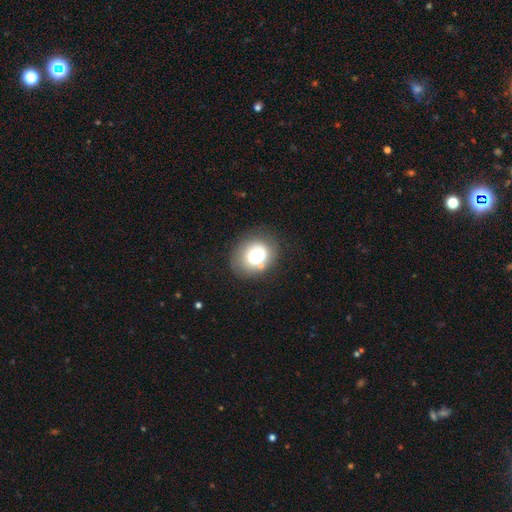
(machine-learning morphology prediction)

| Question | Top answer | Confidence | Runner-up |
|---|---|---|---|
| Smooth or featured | smooth | 63% | featured or disk (27%) |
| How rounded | round | 65% | in between (34%) |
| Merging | none | 67% | minor disturbance (19%) |